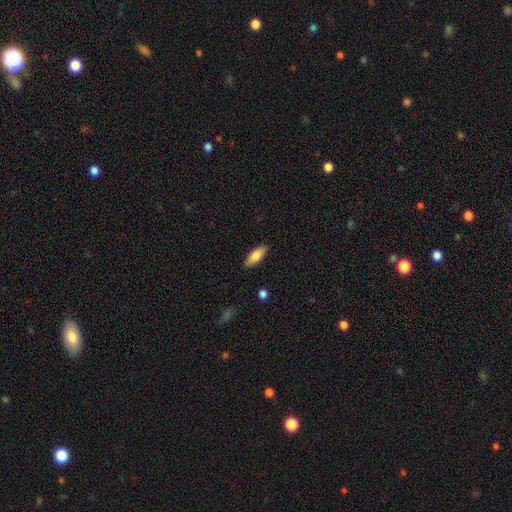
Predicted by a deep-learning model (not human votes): smooth-or-featured: smooth: 82% | featured or disk: 11% | star or artifact: 6%
  how-rounded: in between: 72% | cigar-shaped: 26% | round: 2%
  merging: none: 87% | minor disturbance: 10% | major disturbance: 2% | merger: 1%